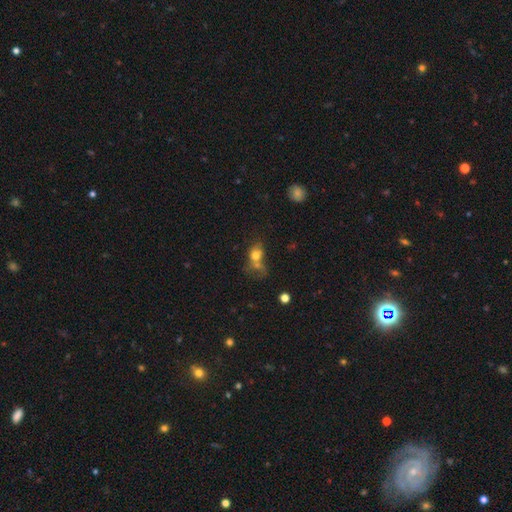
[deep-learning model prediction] smooth 70%, featured or disk 16%, star or artifact 14%. Down the decision tree: how rounded — in between (50%); merging — merger (49%).